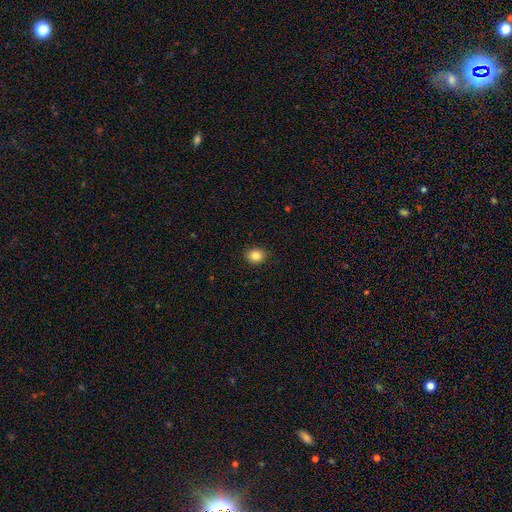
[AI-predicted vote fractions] Q: Smooth or featured?
A: smooth (86%); runner-up: star or artifact (10%)
Q: How rounded?
A: round (64%); runner-up: in between (35%)
Q: Merging?
A: none (90%); runner-up: minor disturbance (7%)